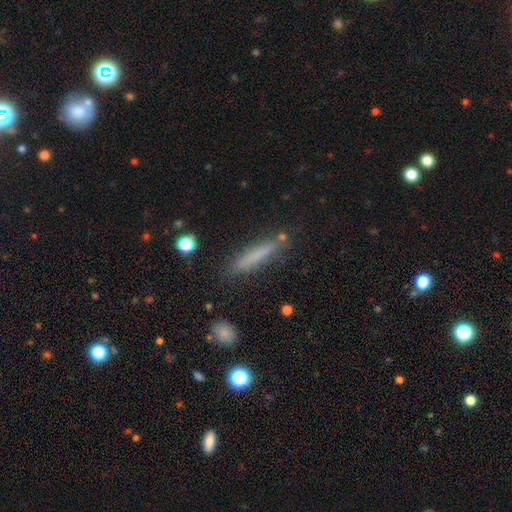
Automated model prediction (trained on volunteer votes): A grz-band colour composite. It shows a smooth galaxy with no disk features (69%) that is cigar-shaped (91%). Merging: none (81%).